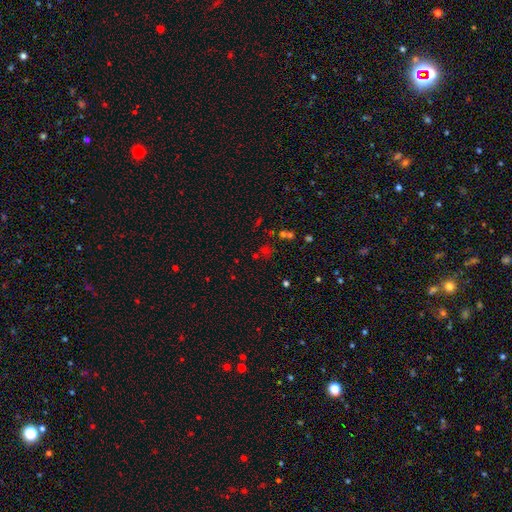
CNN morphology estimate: smooth_or_featured: star or artifact (p=0.48) [alt: smooth p=0.42]